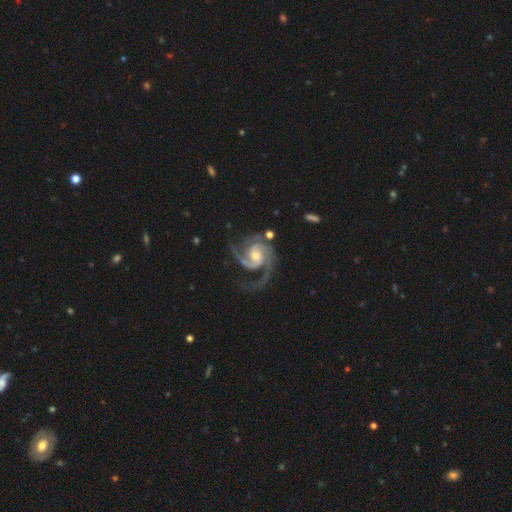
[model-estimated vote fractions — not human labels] Smooth or featured? Predicted: featured or disk (p=0.93). Edge-on disk? Predicted: no (p=0.98). Bar? Predicted: no (p=0.58). Spiral arms? Predicted: yes (p=0.99). Spiral winding? Predicted: medium (p=0.52). Spiral arm count? Predicted: 2 (p=0.61). Bulge size? Predicted: moderate (p=0.55). Merging? Predicted: none (p=0.65).